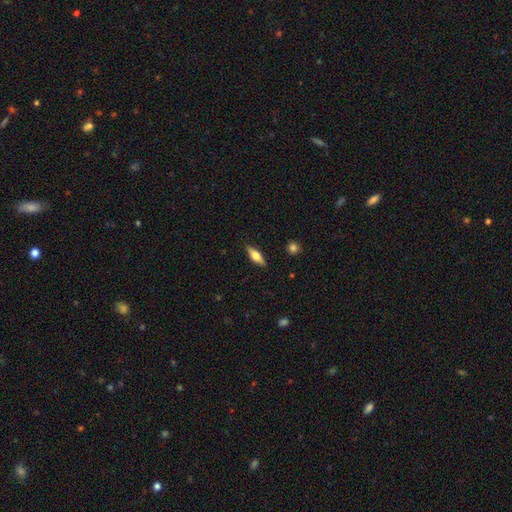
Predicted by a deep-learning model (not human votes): Q: Smooth or featured?
A: smooth (47%); tied with: featured or disk (47%)
Q: Merging?
A: none (88%); runner-up: minor disturbance (9%)